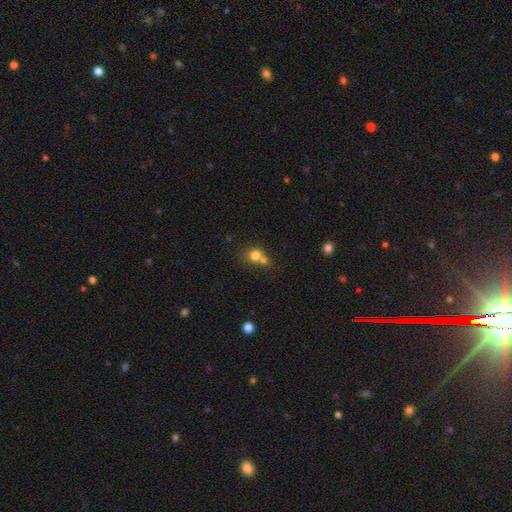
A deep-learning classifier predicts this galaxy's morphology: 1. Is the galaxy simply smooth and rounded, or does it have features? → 76% smooth, 12% star or artifact, 12% featured or disk.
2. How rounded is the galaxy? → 79% round, 20% in between, 1% cigar-shaped.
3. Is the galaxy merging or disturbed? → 52% merger, 36% none, 8% minor disturbance, 4% major disturbance.